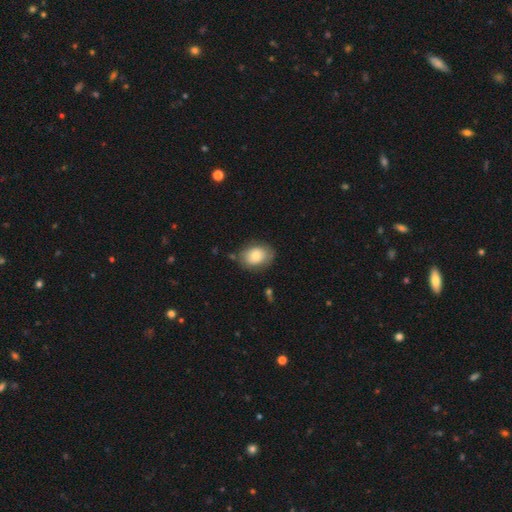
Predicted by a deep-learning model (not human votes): Q: Smooth or featured?
A: smooth (76%); runner-up: featured or disk (16%)
Q: How rounded?
A: in between (67%); runner-up: round (32%)
Q: Merging?
A: none (75%); runner-up: minor disturbance (18%)